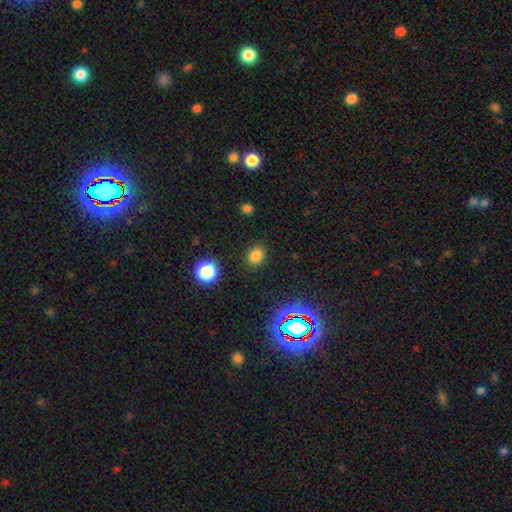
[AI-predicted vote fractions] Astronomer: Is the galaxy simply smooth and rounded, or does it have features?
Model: smooth — 77%.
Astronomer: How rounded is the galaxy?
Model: round — 59% (runner-up: in between, 40%).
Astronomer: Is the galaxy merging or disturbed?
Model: none — 87%.